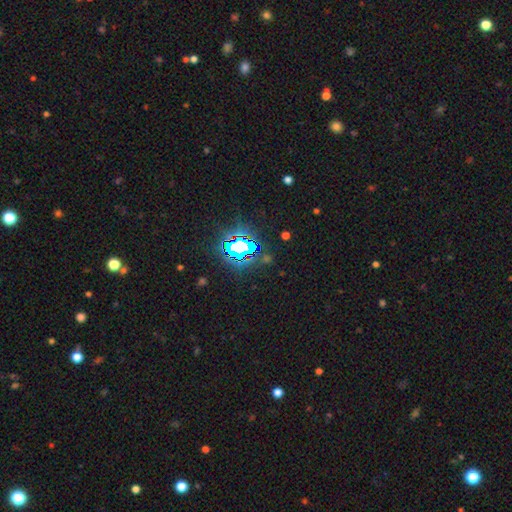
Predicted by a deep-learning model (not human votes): A star or artifact, not a galaxy (84%).